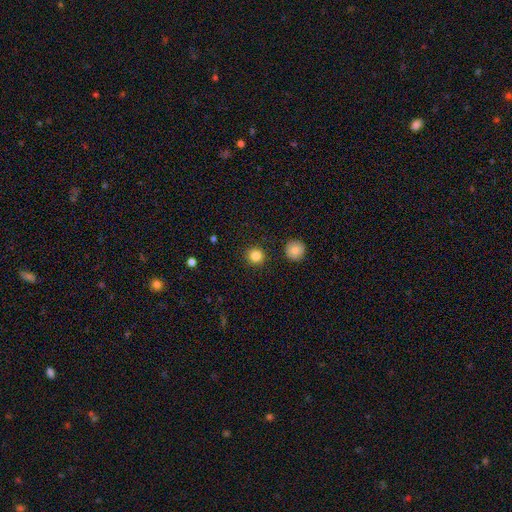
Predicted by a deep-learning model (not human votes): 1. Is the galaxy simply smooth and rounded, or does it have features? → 83% smooth, 12% star or artifact, 5% featured or disk.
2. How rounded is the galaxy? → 94% round, 5% in between, 1% cigar-shaped.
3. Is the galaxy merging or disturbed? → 91% none, 5% minor disturbance, 2% major disturbance, 2% merger.